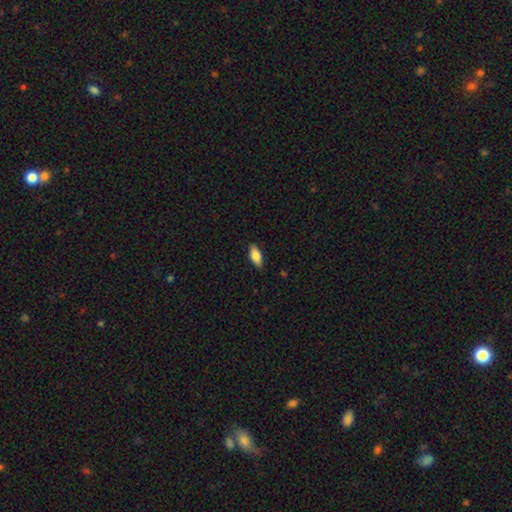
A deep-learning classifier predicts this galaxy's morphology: smooth 81%, featured or disk 13%, star or artifact 6%. Down the decision tree: how rounded — in between (84%); merging — none (86%).